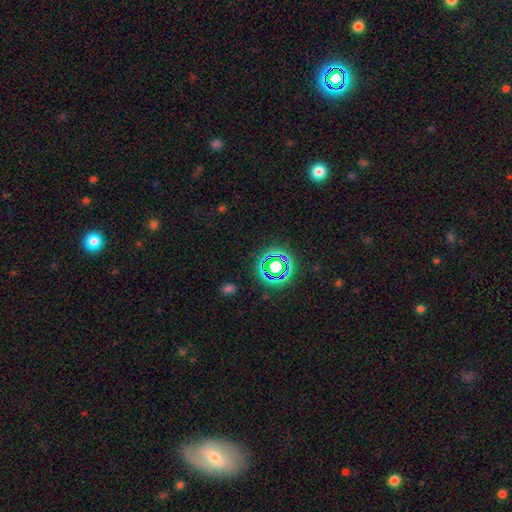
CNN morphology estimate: A star or artifact, not a galaxy (61%).